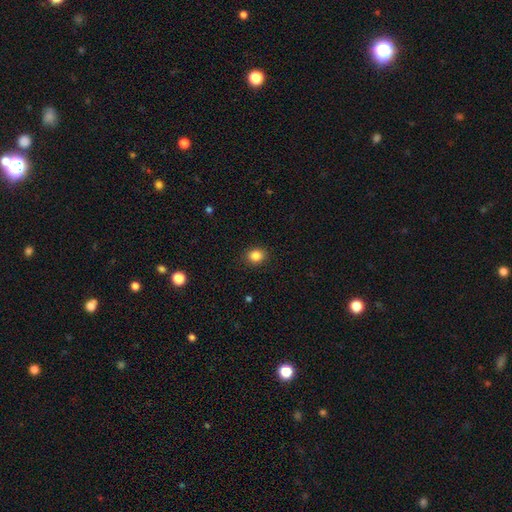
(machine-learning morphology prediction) Q: Smooth or featured?
A: smooth (85%); runner-up: star or artifact (11%)
Q: How rounded?
A: round (65%); runner-up: in between (34%)
Q: Merging?
A: none (89%); runner-up: minor disturbance (8%)